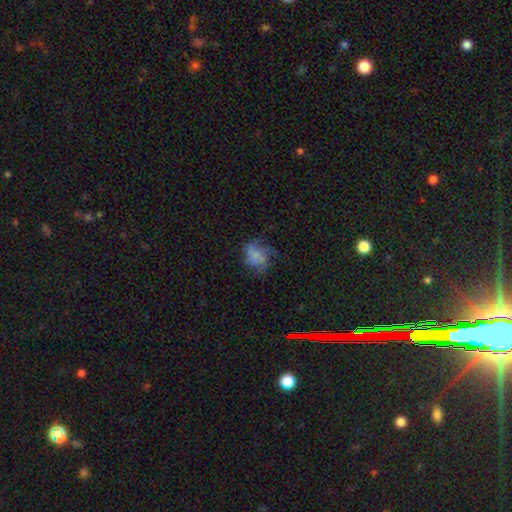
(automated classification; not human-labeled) Overall: smooth (49%; featured or disk 36%). Merging: none (43%; major disturbance 31%).